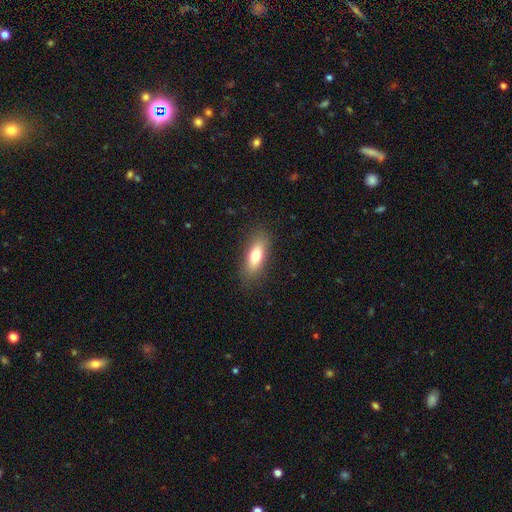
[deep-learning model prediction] Smooth or featured? Predicted: smooth (p=0.75). How rounded? Predicted: in between (p=0.66). Merging? Predicted: none (p=0.85).